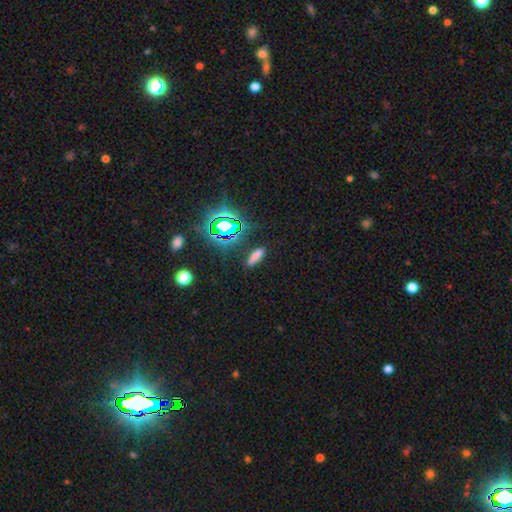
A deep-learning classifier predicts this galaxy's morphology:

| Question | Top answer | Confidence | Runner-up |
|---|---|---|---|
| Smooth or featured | smooth | 66% | star or artifact (25%) |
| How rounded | cigar-shaped | 62% | in between (33%) |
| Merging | none | 85% | minor disturbance (10%) |